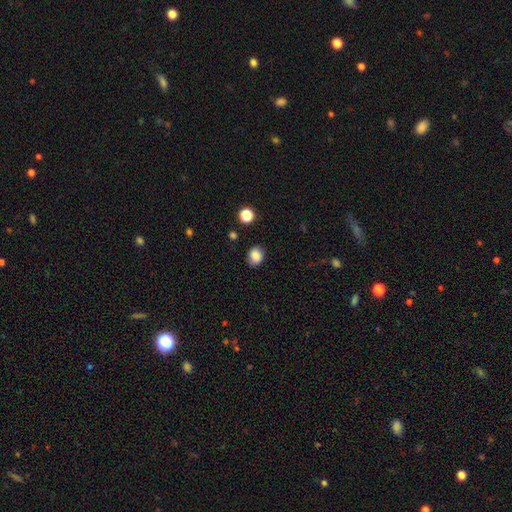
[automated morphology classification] Smooth or featured: smooth — 84% (star or artifact — 10%)
How rounded: round — 61% (in between — 38%)
Merging: none — 83% (minor disturbance — 13%)